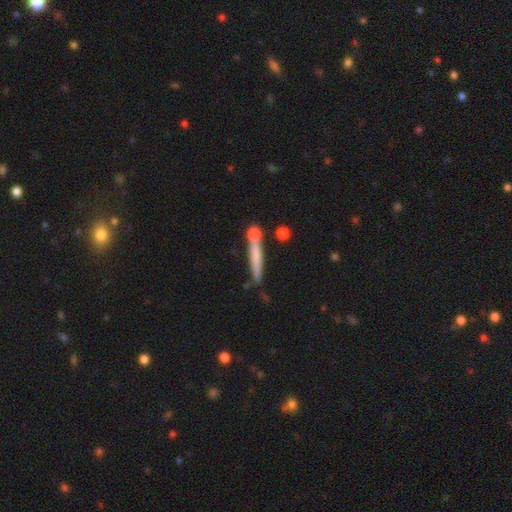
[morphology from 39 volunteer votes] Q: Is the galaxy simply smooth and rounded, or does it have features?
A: smooth — 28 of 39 (72%).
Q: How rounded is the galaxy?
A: cigar-shaped — 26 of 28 (93%).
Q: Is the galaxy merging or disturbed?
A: none — 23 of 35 (66%).